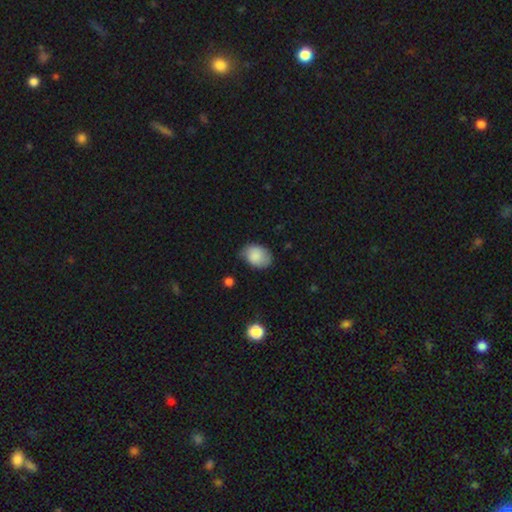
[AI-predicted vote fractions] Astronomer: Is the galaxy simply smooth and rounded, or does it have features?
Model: smooth — 83%.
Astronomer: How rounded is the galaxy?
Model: in between — 68%.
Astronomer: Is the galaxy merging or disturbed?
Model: none — 62%.